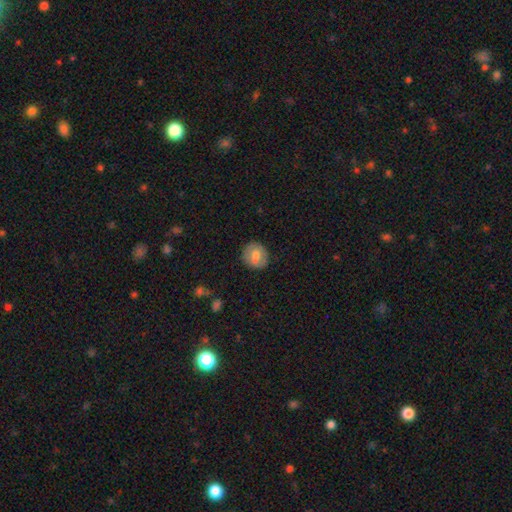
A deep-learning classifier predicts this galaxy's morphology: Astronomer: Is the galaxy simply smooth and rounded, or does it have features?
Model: smooth — 61%.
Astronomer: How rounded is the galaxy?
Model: round — 76%.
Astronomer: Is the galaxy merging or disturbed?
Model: none — 80%.